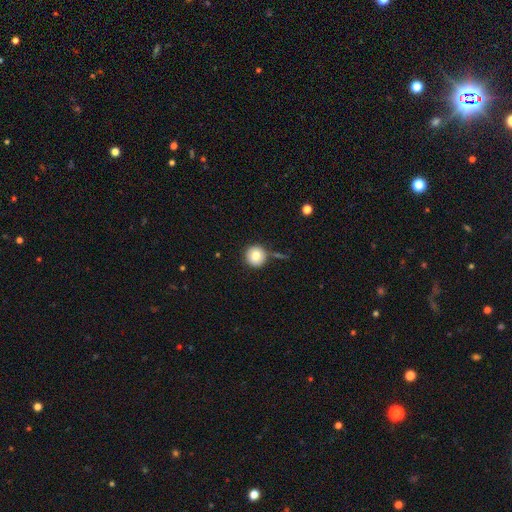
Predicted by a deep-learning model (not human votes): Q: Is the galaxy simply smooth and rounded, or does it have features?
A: smooth — 80%.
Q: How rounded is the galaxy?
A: round — 95%.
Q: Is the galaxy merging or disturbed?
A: none — 80%.